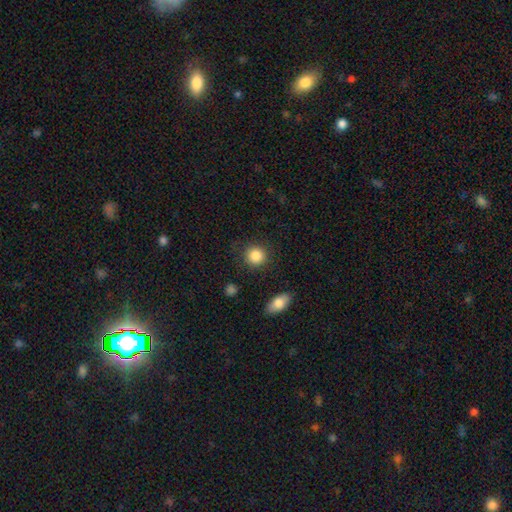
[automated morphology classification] Overall: smooth (87%). How rounded: round (89%). Merging: none (87%).